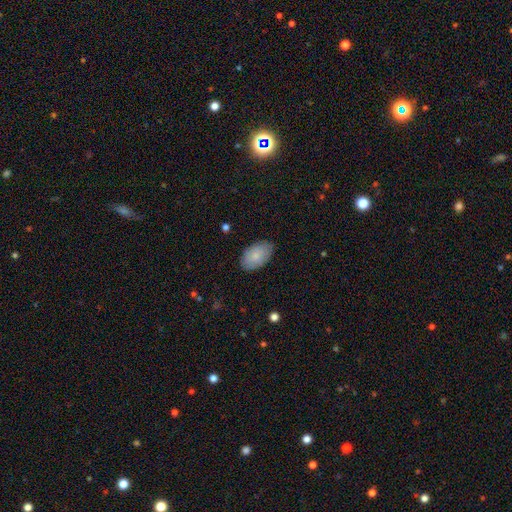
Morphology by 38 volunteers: type=smooth (79%); roundness=in between (87%); merging=none (83%).